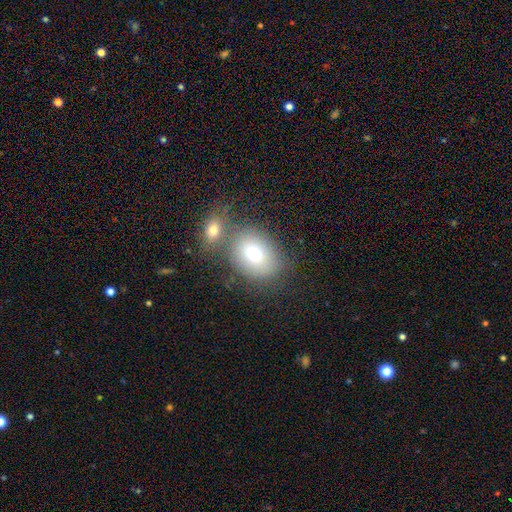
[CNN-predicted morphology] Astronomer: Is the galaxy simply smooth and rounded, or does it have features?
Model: smooth — 72%.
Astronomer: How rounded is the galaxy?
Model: in between — 56% (runner-up: round, 43%).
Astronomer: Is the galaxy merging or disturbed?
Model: none — 53% (runner-up: merger, 31%).